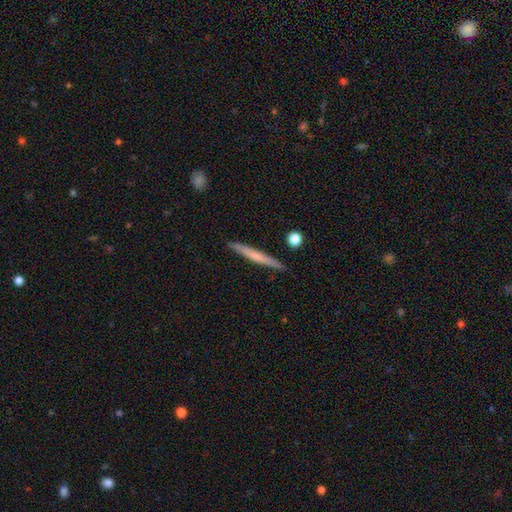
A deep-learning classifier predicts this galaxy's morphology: Smooth or featured? smooth (54%)
How rounded? cigar-shaped (96%)
Merging? none (90%)